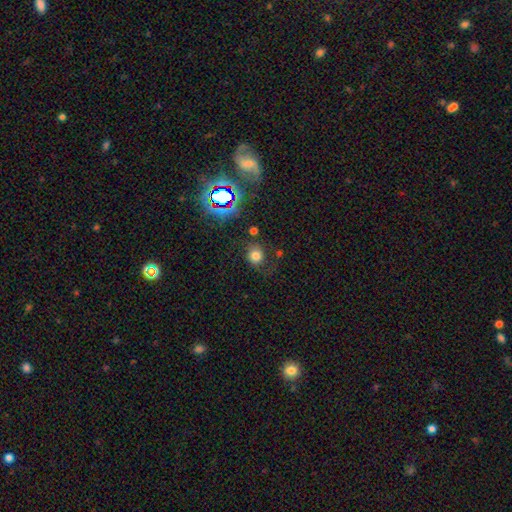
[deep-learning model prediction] A smooth galaxy with no disk features (71%) that is round (77%). Merging: none (69%).